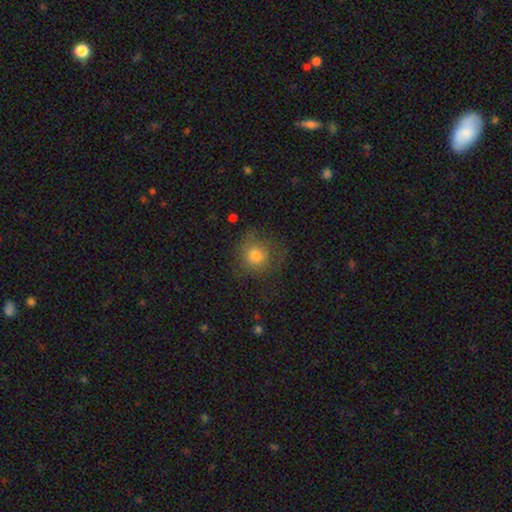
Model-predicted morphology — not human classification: Smooth or featured: smooth — 77% (featured or disk — 12%)
How rounded: round — 86% (in between — 13%)
Merging: none — 64% (minor disturbance — 20%)